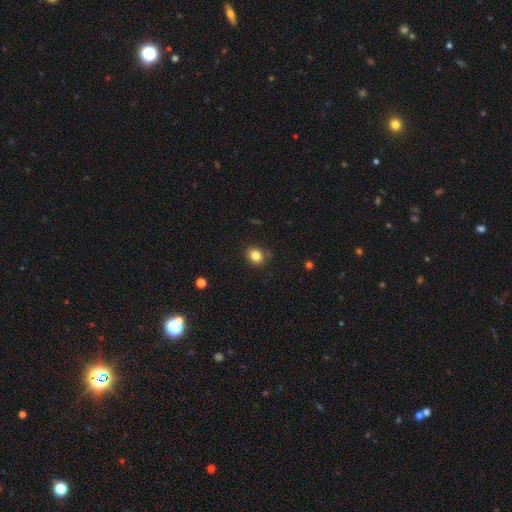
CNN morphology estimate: smooth 83%, star or artifact 11%, featured or disk 6%. Down the decision tree: how rounded — round (66%); merging — none (81%).